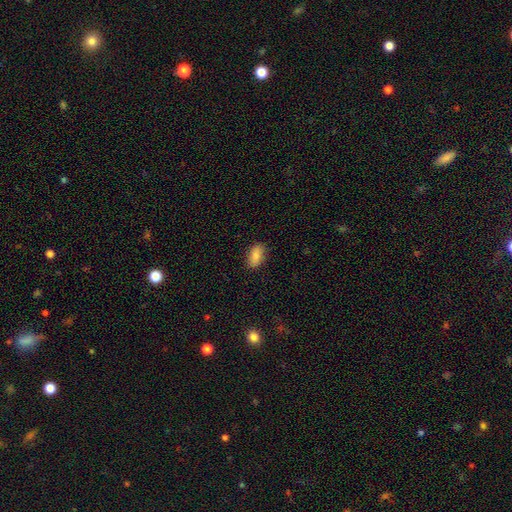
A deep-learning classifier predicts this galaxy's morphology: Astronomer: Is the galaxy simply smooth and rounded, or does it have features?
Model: smooth — 84%.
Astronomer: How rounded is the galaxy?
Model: in between — 90%.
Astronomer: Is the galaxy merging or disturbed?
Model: none — 86%.